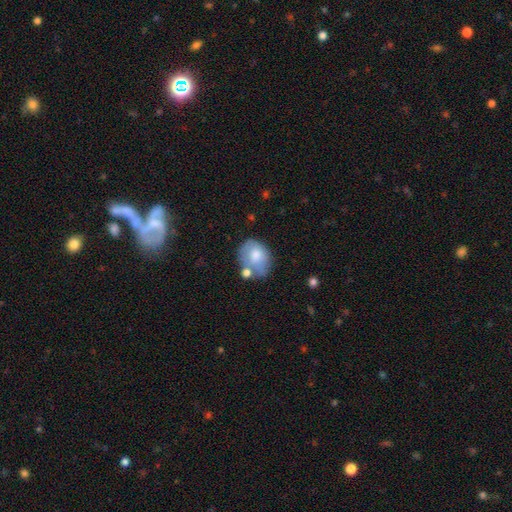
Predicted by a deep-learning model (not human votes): Q: Smooth or featured?
A: smooth (71%); runner-up: featured or disk (21%)
Q: How rounded?
A: in between (58%); runner-up: round (41%)
Q: Merging?
A: none (48%); runner-up: minor disturbance (25%)